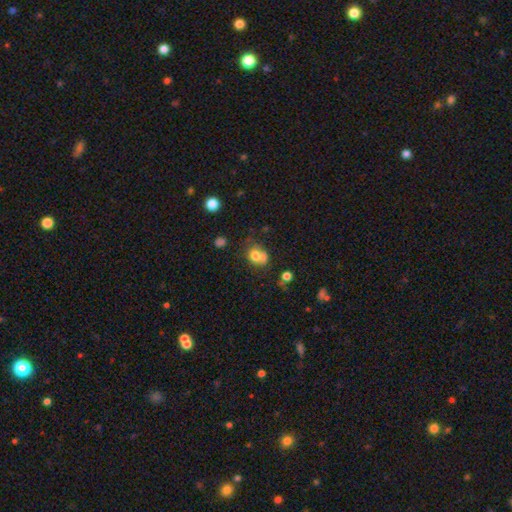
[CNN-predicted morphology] Smooth or featured? Predicted: smooth (p=0.69). How rounded? Predicted: round (p=0.58). Merging? Predicted: merger (p=0.44).